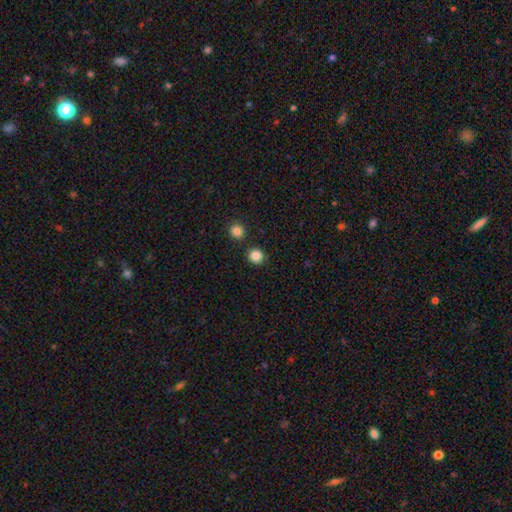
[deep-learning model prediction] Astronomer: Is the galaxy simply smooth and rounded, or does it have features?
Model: smooth — 86%.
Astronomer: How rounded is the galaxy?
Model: round — 92%.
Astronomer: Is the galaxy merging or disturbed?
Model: none — 88%.